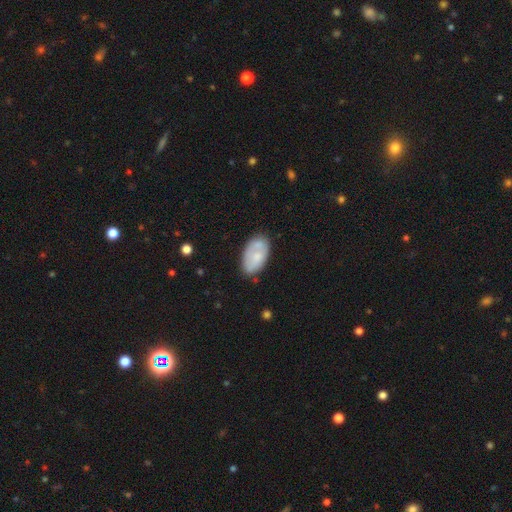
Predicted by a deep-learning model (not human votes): This appears to be a smooth galaxy with no disk features (64%) that is in between round and cigar-shaped (94%). Merging: none (66%).